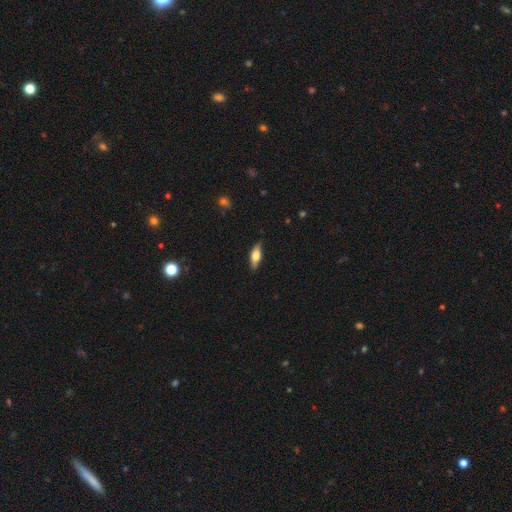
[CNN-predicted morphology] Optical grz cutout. It shows a smooth galaxy with no disk features (54%) that is in between round and cigar-shaped (66%). Merging: none (84%).